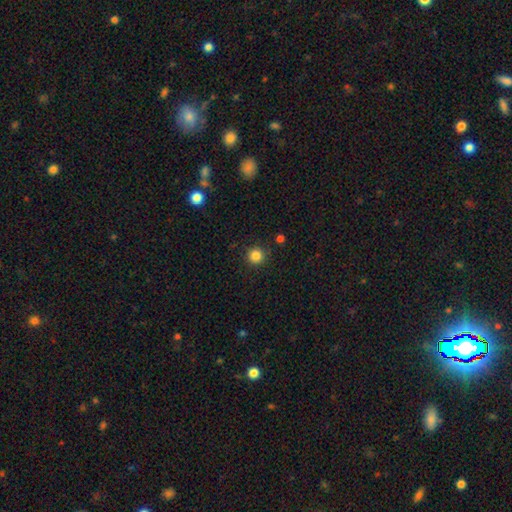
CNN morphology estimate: smooth_or_featured: smooth (p=0.84) [alt: star or artifact p=0.12]
how_rounded: round (p=0.95) [alt: in between p=0.04]
merging: none (p=0.90) [alt: minor disturbance p=0.06]